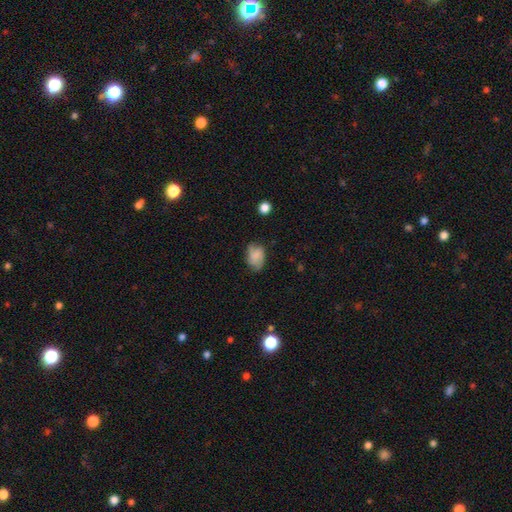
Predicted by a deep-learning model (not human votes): This is likely a smooth galaxy (68%). How rounded: likely in between (79%). Merging: likely none (60%).